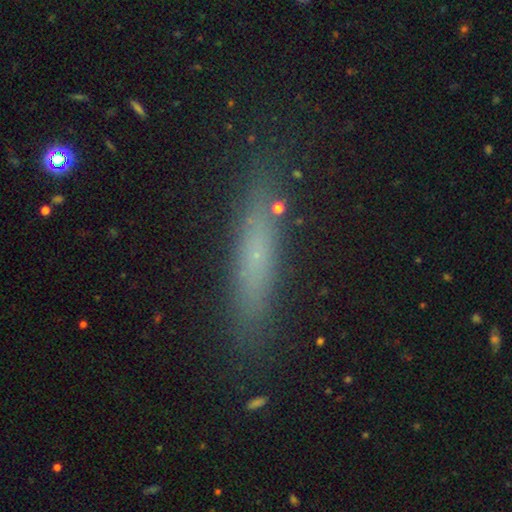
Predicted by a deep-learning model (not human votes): The model was most divided on "smooth or featured": smooth: 56%, featured or disk: 30%, star or artifact: 13%. More confident: how rounded — cigar-shaped (90%); merging — none (85%).